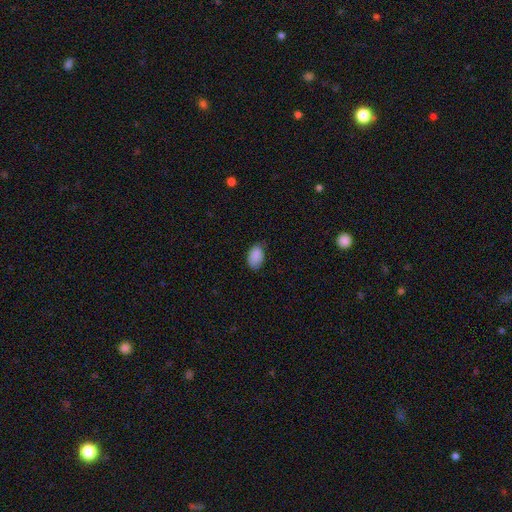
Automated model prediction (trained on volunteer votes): Q: Smooth or featured?
A: smooth (88%); runner-up: star or artifact (8%)
Q: How rounded?
A: in between (91%); runner-up: round (8%)
Q: Merging?
A: none (71%); runner-up: minor disturbance (24%)